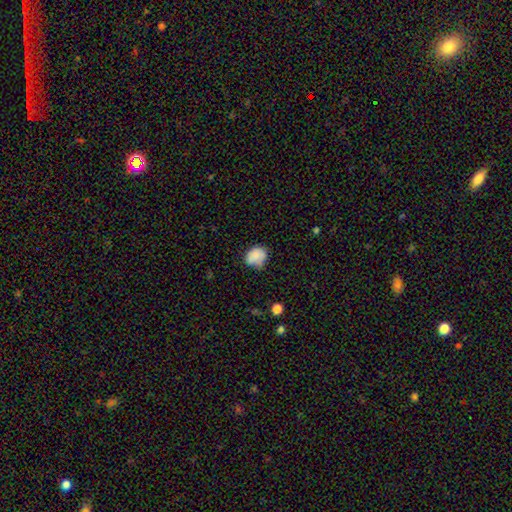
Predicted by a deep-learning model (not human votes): Smooth or featured?
  - smooth: 83% *
  - star or artifact: 9%
  - featured or disk: 8%
How rounded?
  - round: 57% *
  - in between: 42%
  - cigar-shaped: 1%
Merging?
  - none: 58% *
  - minor disturbance: 31%
  - major disturbance: 8%
  - merger: 4%